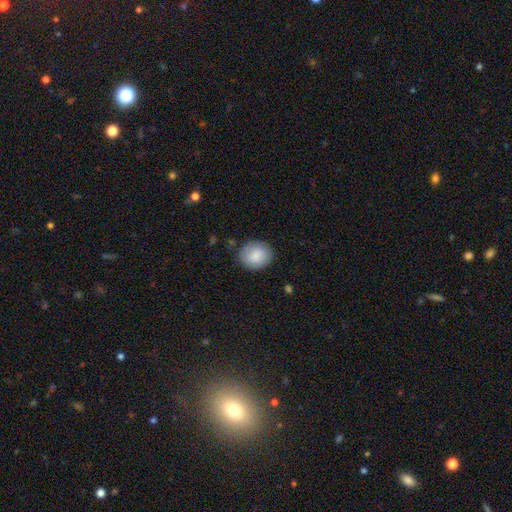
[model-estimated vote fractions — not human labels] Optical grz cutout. It shows a smooth galaxy with no disk features (83%) that is round (72%). Merging: none (84%).